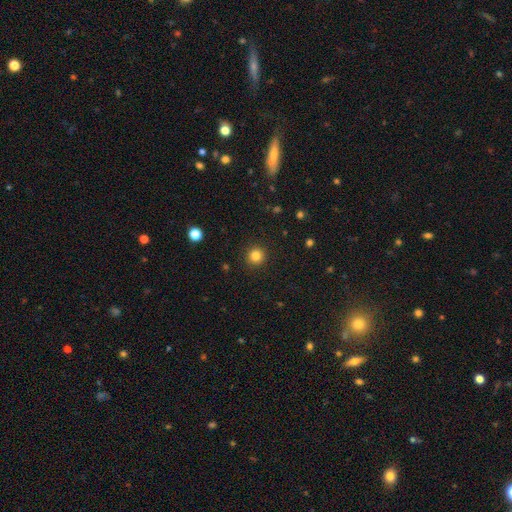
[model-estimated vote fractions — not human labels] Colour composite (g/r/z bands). It shows a smooth galaxy with no disk features (83%) that is round (95%). Merging: none (92%).